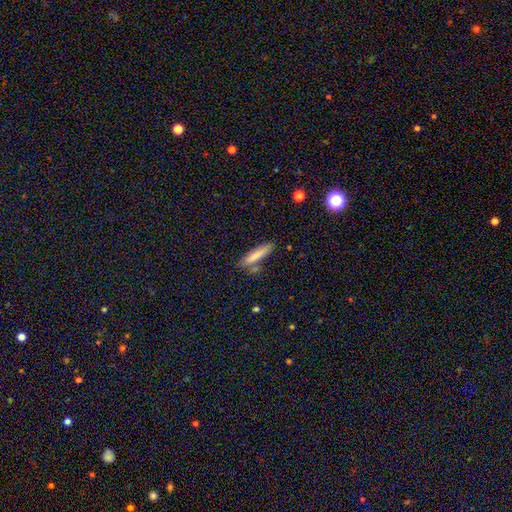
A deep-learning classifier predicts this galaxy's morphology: Smooth or featured?
  - smooth: 77% *
  - featured or disk: 16%
  - star or artifact: 8%
How rounded?
  - cigar-shaped: 88% *
  - in between: 10%
  - round: 2%
Merging?
  - none: 75% *
  - minor disturbance: 15%
  - merger: 7%
  - major disturbance: 4%